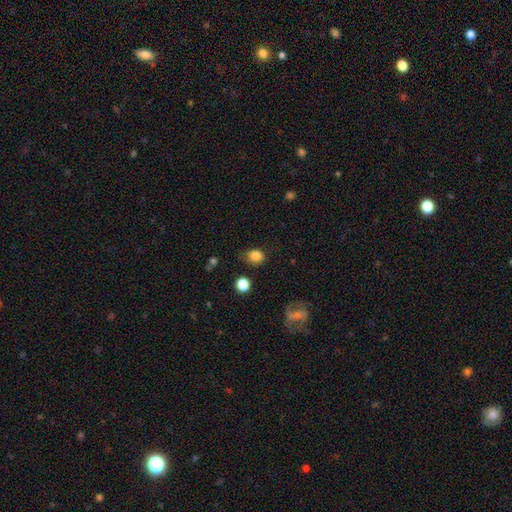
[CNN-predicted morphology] The model was most divided on "how rounded": round: 58%, in between: 41%, cigar-shaped: 1%. More confident: smooth or featured — smooth (83%); merging — none (69%).